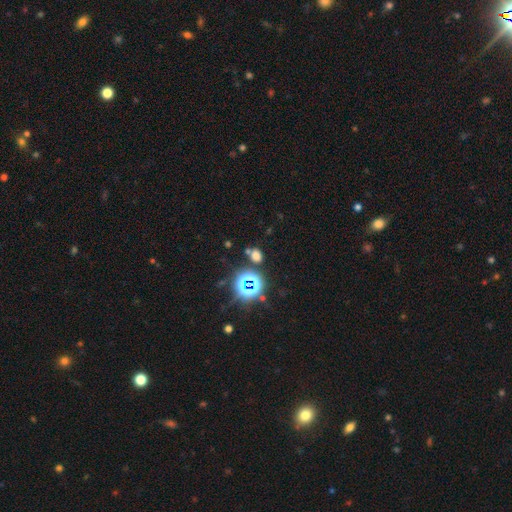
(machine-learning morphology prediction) Overall: smooth (55%; star or artifact 39%). How rounded: round (52%; in between 47%). Merging: none (71%).